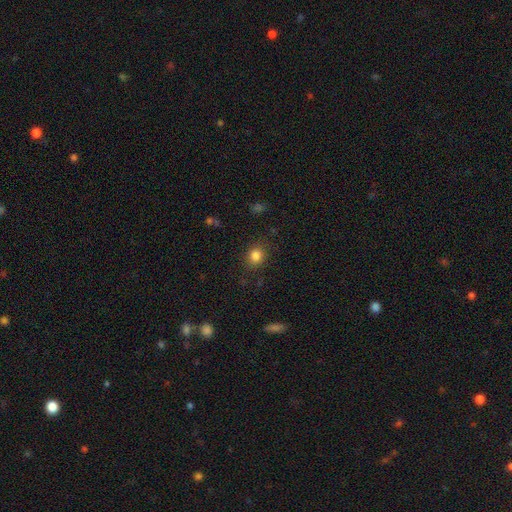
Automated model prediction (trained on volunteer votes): smooth_or_featured: smooth (p=0.83) [alt: star or artifact p=0.12]
how_rounded: round (p=0.73) [alt: in between p=0.26]
merging: none (p=0.85) [alt: minor disturbance p=0.11]